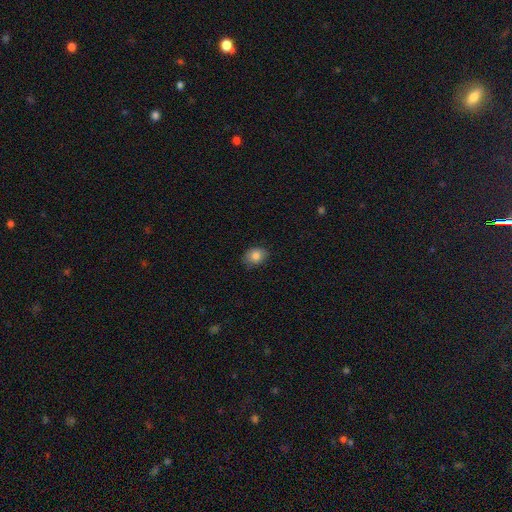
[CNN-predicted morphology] smooth-or-featured: smooth: 84% | star or artifact: 9% | featured or disk: 7%
  how-rounded: in between: 51% | round: 48% | cigar-shaped: 1%
  merging: none: 78% | minor disturbance: 18% | major disturbance: 3% | merger: 1%